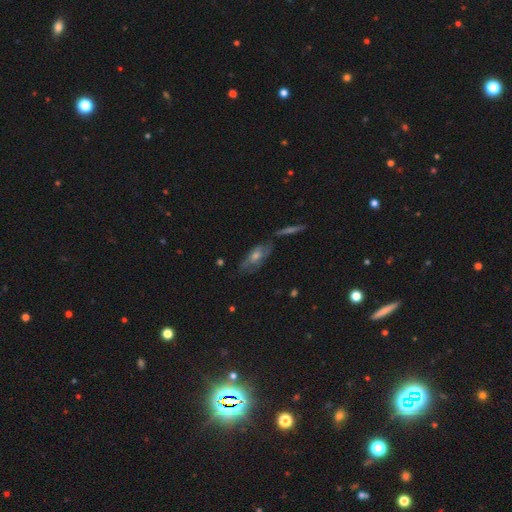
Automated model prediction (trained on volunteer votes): featured or disk 57%, smooth 30%, star or artifact 12%. Down the decision tree: edge-on disk — no (72%); merging — none (64%).